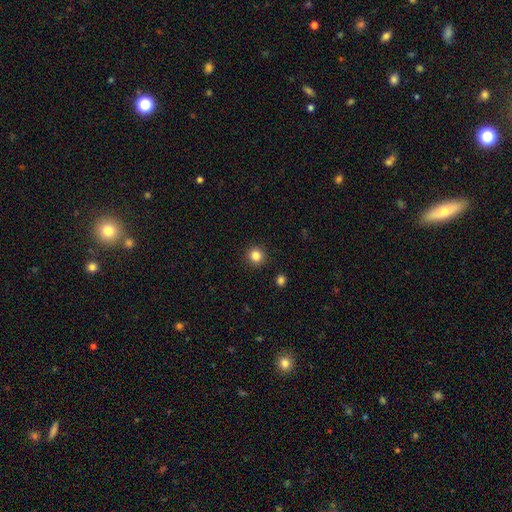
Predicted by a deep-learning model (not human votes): Morphology: type=smooth (83%); roundness=round (94%); merging=none (92%).